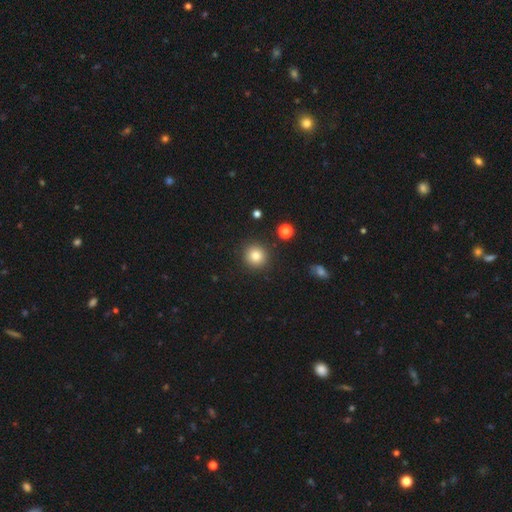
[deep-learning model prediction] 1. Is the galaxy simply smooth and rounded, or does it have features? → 82% smooth, 11% star or artifact, 7% featured or disk.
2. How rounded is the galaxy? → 93% round, 6% in between, 1% cigar-shaped.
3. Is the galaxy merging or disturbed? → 90% none, 6% minor disturbance, 2% major disturbance, 2% merger.